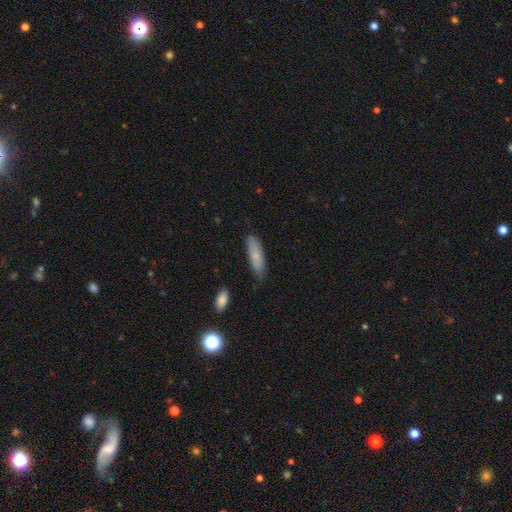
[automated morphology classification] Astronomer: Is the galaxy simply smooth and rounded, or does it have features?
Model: smooth — 75%.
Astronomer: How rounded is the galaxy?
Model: cigar-shaped — 53% (runner-up: in between, 45%).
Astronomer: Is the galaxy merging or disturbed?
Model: none — 71%.